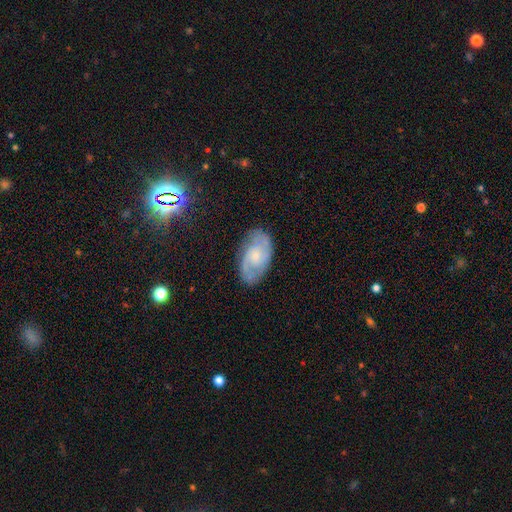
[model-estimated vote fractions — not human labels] Q: Smooth or featured?
A: featured or disk (71%); runner-up: smooth (22%)
Q: Edge-on disk?
A: no (96%); runner-up: yes (4%)
Q: Bar?
A: no (63%); runner-up: weak (32%)
Q: Spiral arms?
A: yes (92%); runner-up: no (8%)
Q: Spiral winding?
A: medium (48%); runner-up: tight (33%)
Q: Spiral arm count?
A: 2 (69%); runner-up: can't tell (17%)
Q: Bulge size?
A: small (62%); runner-up: moderate (27%)
Q: Merging?
A: none (76%); runner-up: minor disturbance (18%)